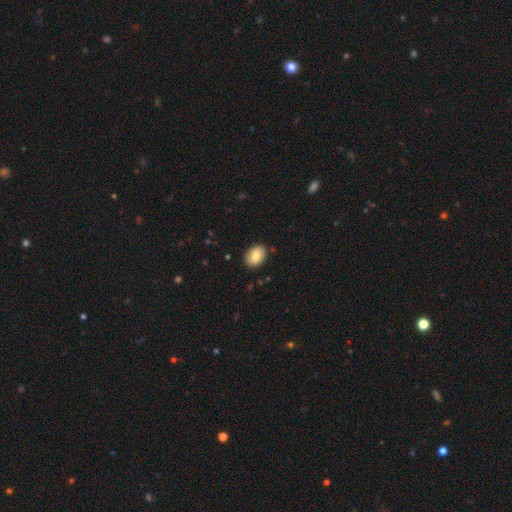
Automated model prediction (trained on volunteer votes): A smooth galaxy with no disk features (80%) that is in between round and cigar-shaped (74%). Merging: none (88%).